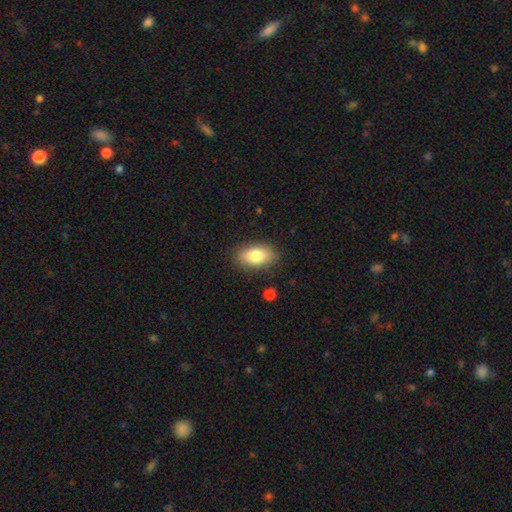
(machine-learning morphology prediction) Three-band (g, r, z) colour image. It shows a smooth galaxy with no disk features (82%) that is in between round and cigar-shaped (90%). Merging: none (85%).